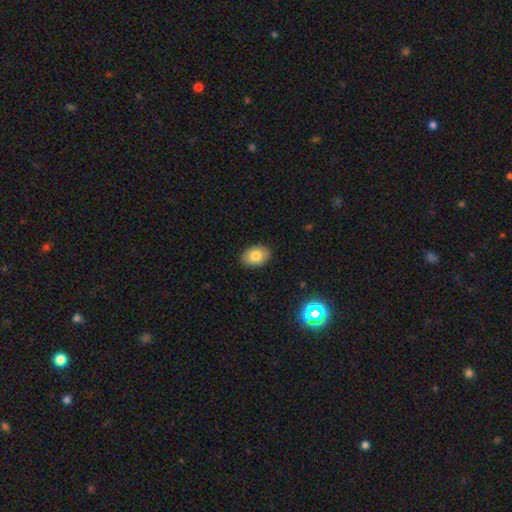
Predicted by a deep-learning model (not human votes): smooth_or_featured: smooth (p=0.82) [alt: featured or disk p=0.10]
how_rounded: in between (p=0.83) [alt: round p=0.16]
merging: none (p=0.88) [alt: minor disturbance p=0.09]